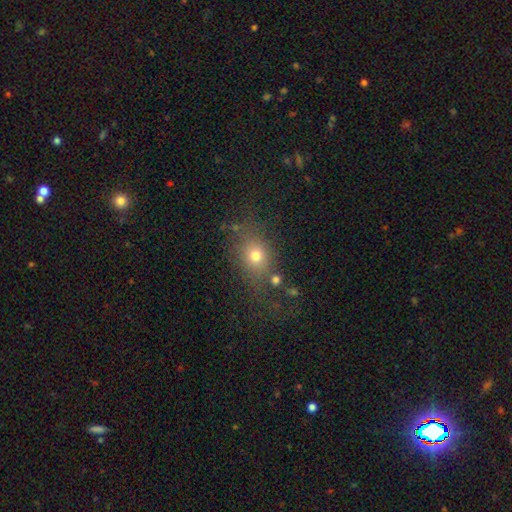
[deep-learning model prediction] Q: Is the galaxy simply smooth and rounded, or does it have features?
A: smooth — 69%.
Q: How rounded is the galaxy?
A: round — 53%.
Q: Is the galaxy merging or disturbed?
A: none — 69%.